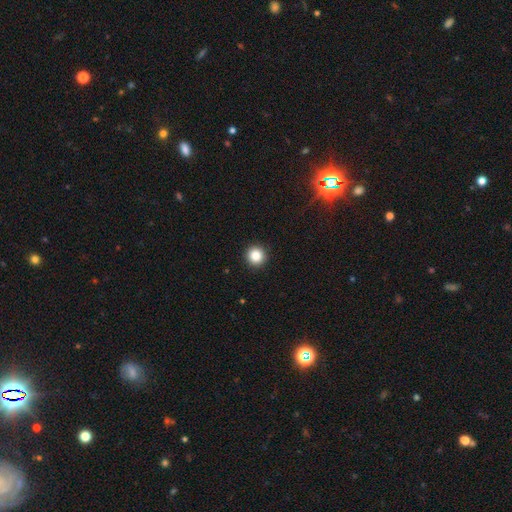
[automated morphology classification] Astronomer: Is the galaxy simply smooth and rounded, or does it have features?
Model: smooth — 85%.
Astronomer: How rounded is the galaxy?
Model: round — 95%.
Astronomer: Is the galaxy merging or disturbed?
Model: none — 93%.